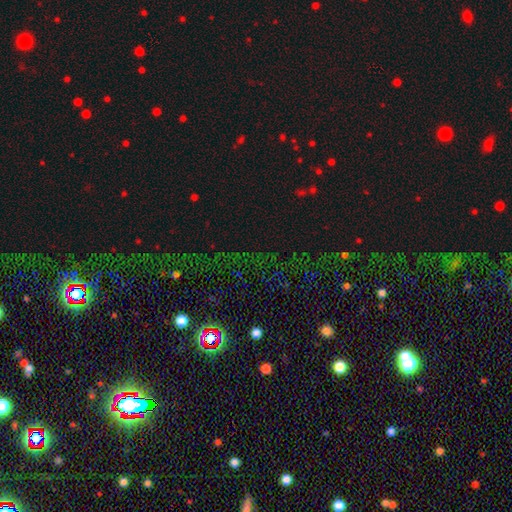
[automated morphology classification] This is likely a star or artifact rather than a galaxy (77%).